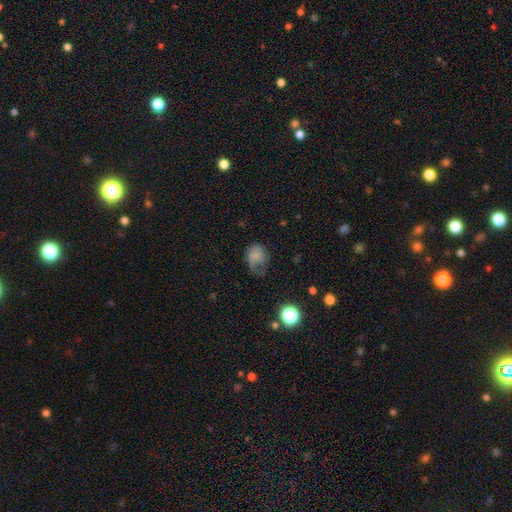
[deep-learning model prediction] Smooth or featured?
  - smooth: 59% *
  - featured or disk: 28%
  - star or artifact: 13%
How rounded?
  - in between: 56% *
  - round: 43%
  - cigar-shaped: 1%
Merging?
  - none: 36% *
  - major disturbance: 32%
  - minor disturbance: 30%
  - merger: 2%